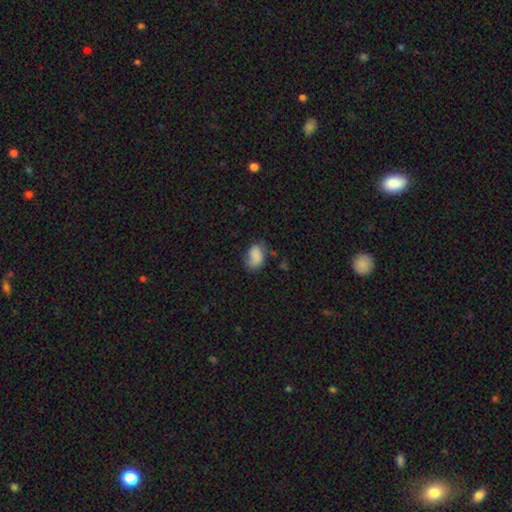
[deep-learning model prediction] This is likely a smooth galaxy (79%). How rounded: clearly in between (85%). Merging: possibly none (53%).